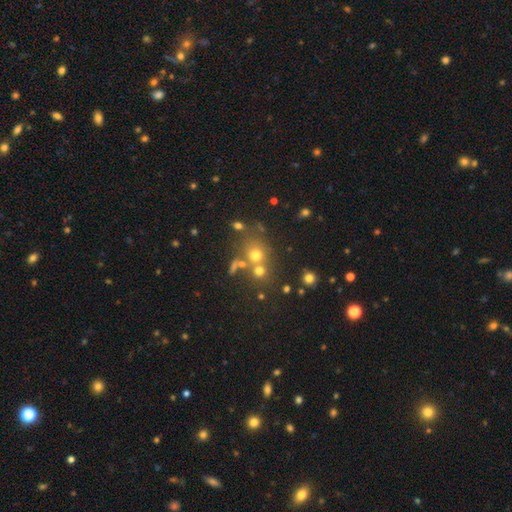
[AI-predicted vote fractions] Smooth or featured? smooth (62%)
How rounded? round (79%)
Merging? none (54%)